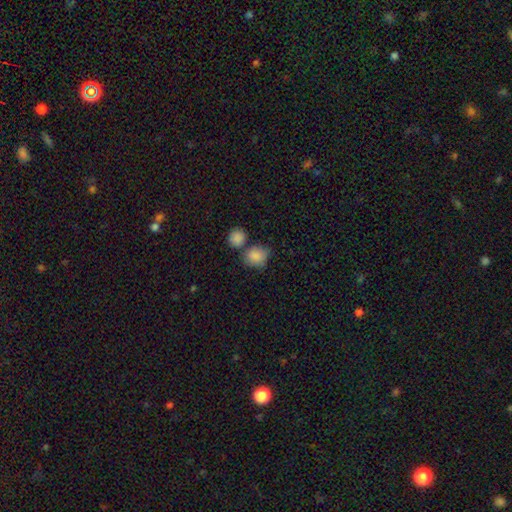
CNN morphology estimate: Smooth or featured: smooth — 86% (star or artifact — 8%)
How rounded: round — 61% (in between — 38%)
Merging: none — 54% (merger — 26%)